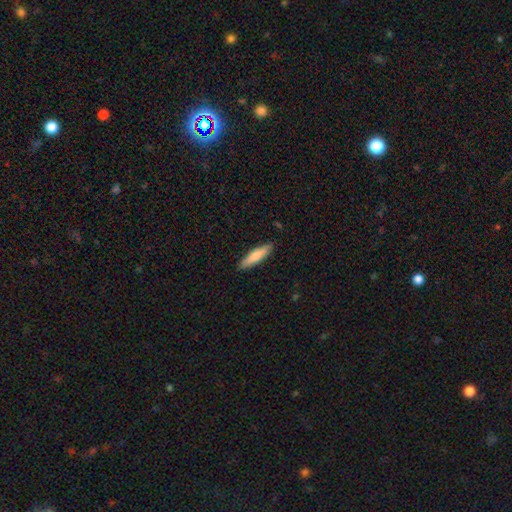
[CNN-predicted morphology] Smooth or featured? smooth (75%)
How rounded? cigar-shaped (79%)
Merging? none (89%)